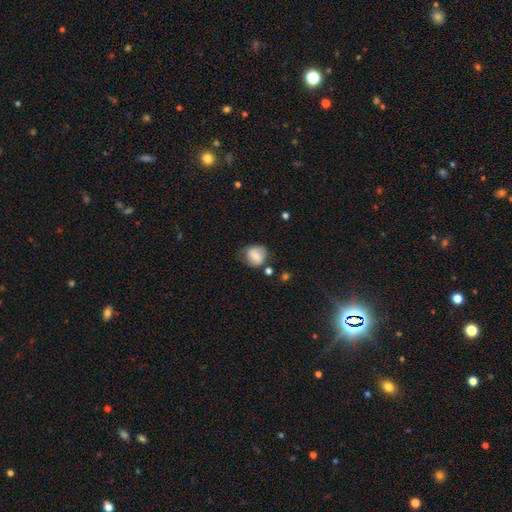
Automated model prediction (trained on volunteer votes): Overall: smooth (70%). How rounded: round (74%). Merging: none (59%; minor disturbance 26%).